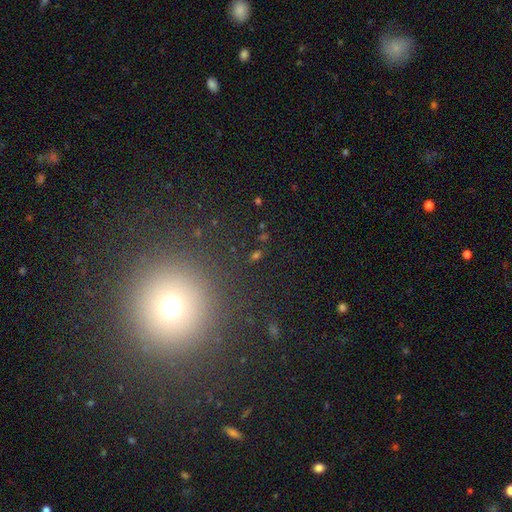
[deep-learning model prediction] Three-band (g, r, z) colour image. It shows a star or artifact, not a galaxy (48%).